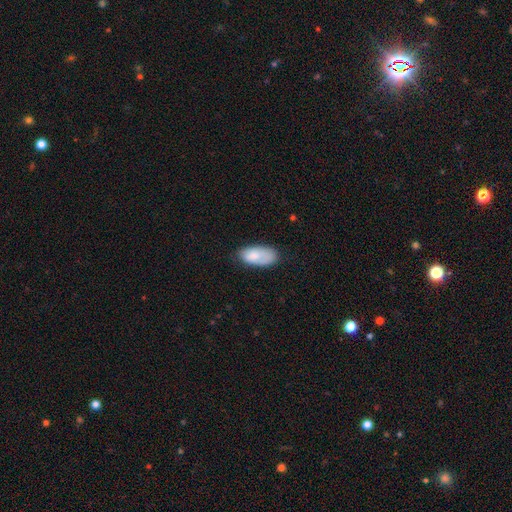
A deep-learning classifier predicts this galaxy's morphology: Overall: smooth (80%). How rounded: in between (93%). Merging: none (63%; minor disturbance 27%).